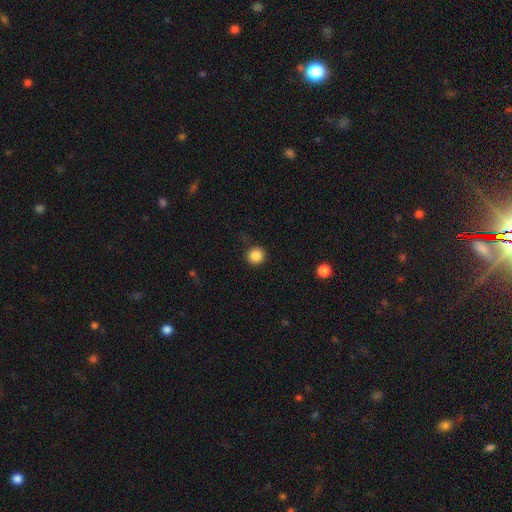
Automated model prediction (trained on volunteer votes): Smooth or featured: smooth — 87% (star or artifact — 10%)
How rounded: round — 93% (in between — 6%)
Merging: none — 90% (minor disturbance — 7%)